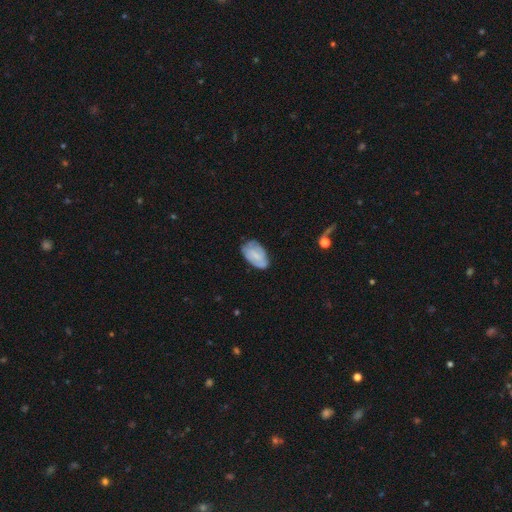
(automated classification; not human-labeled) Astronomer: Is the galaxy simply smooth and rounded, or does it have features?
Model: smooth — 49% (runner-up: featured or disk, 44%).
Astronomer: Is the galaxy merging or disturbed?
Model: none — 62%.